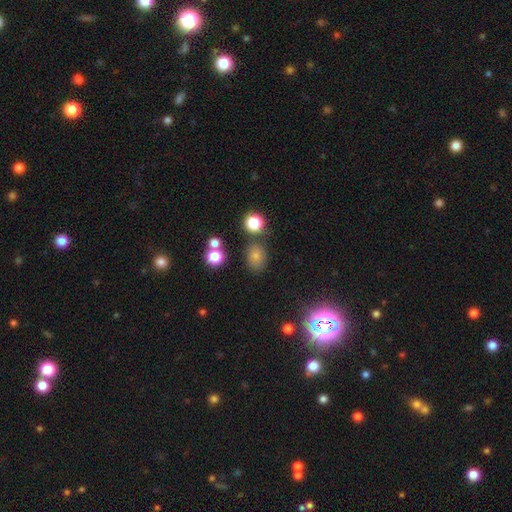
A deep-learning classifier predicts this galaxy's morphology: smooth-or-featured: smooth: 74% | star or artifact: 18% | featured or disk: 8%
  how-rounded: in between: 58% | round: 40% | cigar-shaped: 1%
  merging: none: 74% | minor disturbance: 14% | merger: 8% | major disturbance: 5%